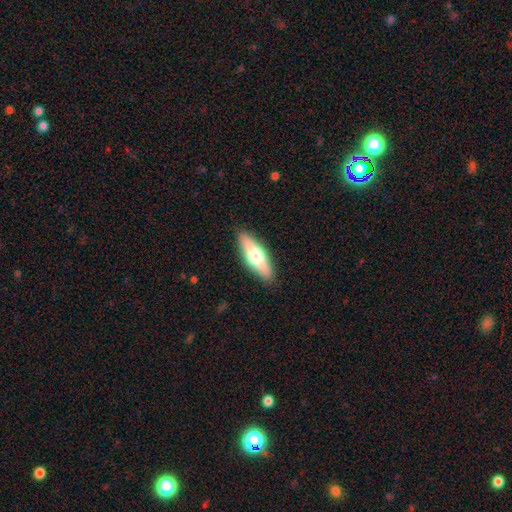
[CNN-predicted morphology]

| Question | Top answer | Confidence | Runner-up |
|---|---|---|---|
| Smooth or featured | smooth | 53% | featured or disk (41%) |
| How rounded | in between | 50% | cigar-shaped (47%) |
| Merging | none | 89% | minor disturbance (8%) |